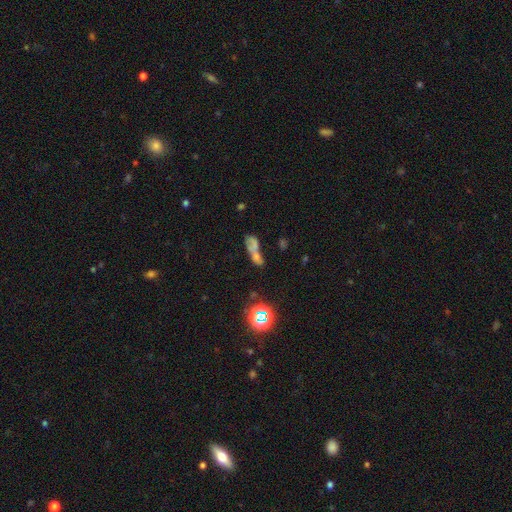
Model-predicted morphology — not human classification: Smooth or featured?
  - smooth: 46% *
  - star or artifact: 30%
  - featured or disk: 24%
Merging?
  - merger: 50% *
  - none: 28%
  - major disturbance: 12%
  - minor disturbance: 11%